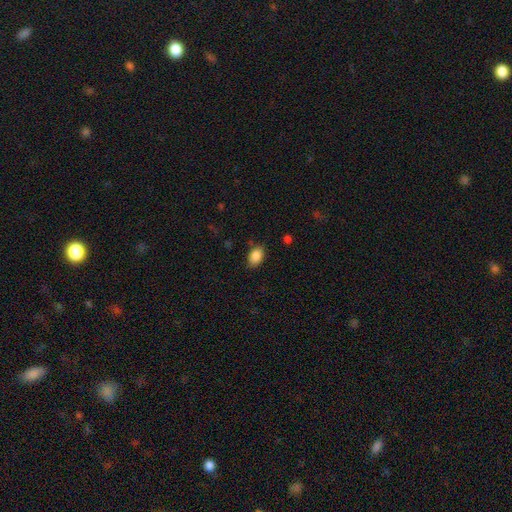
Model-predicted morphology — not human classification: Smooth or featured? Predicted: smooth (p=0.87). How rounded? Predicted: in between (p=0.87). Merging? Predicted: none (p=0.82).